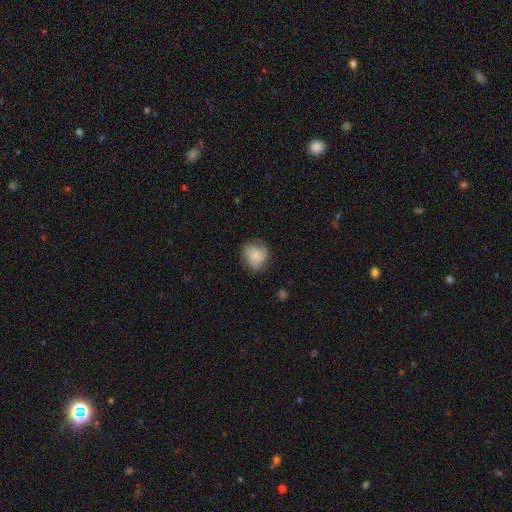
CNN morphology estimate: A smooth galaxy with no disk features (62%) that is round (76%).

Vote fractions:
- Smooth or featured? smooth: 62% / featured or disk: 30% / star or artifact: 8%
- How rounded? round: 76% / in between: 23% / cigar-shaped: 1%
- Merging? none: 71% / minor disturbance: 20% / major disturbance: 7% / merger: 1%